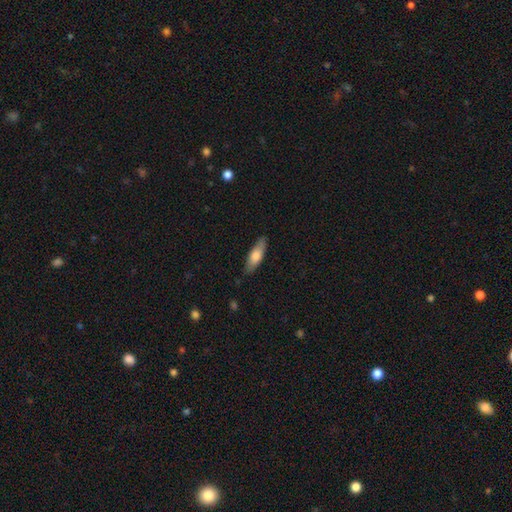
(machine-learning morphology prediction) Smooth or featured: smooth — 69% (featured or disk — 25%)
How rounded: in between — 51% (cigar-shaped — 47%)
Merging: none — 82% (minor disturbance — 14%)